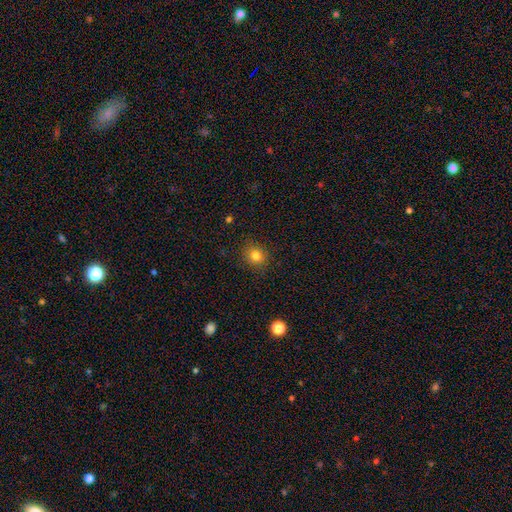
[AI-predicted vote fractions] Smooth or featured? Predicted: smooth (p=0.81). How rounded? Predicted: round (p=0.83). Merging? Predicted: none (p=0.88).